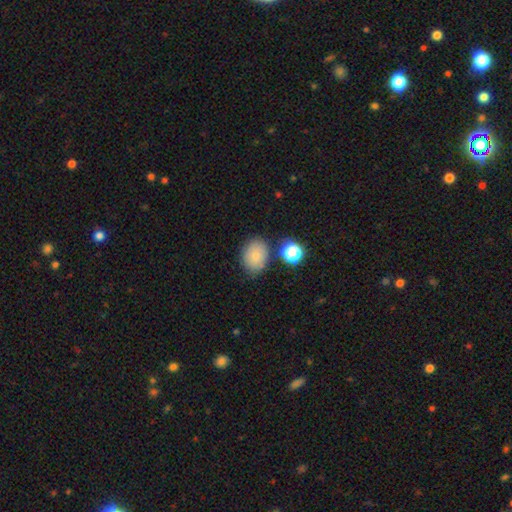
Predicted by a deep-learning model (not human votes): Overall: smooth (79%). How rounded: in between (61%; round 38%). Merging: none (76%).